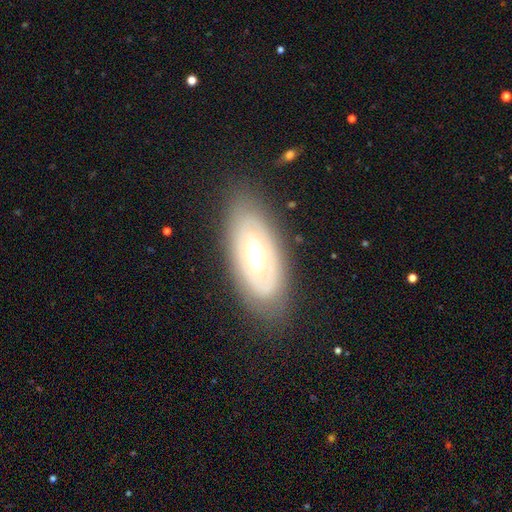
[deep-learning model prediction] Smooth or featured?
  - featured or disk: 64% *
  - smooth: 30%
  - star or artifact: 6%
Edge-on disk?
  - no: 85% *
  - yes: 15%
Bar?
  - no: 72% *
  - weak: 18%
  - strong: 10%
Spiral arms?
  - no: 75% *
  - yes: 25%
Bulge size?
  - moderate: 54% *
  - large: 35%
  - small: 6%
  - dominant: 4%
  - none: 1%
Merging?
  - none: 79% *
  - minor disturbance: 14%
  - major disturbance: 6%
  - merger: 1%